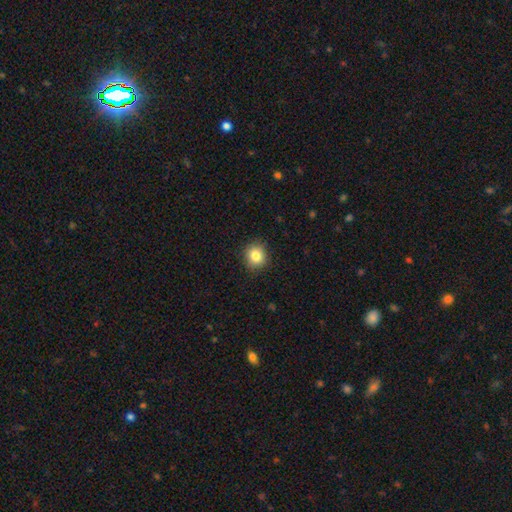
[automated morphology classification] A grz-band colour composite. It shows a smooth galaxy with no disk features (83%) that is round (84%). Merging: none (89%).